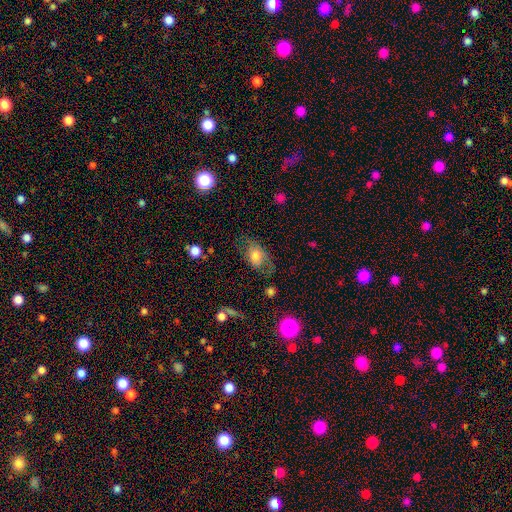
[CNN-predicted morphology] smooth_or_featured: smooth (p=0.68) [alt: featured or disk p=0.23]
how_rounded: in between (p=0.80) [alt: round p=0.19]
merging: none (p=0.56) [alt: minor disturbance p=0.27]